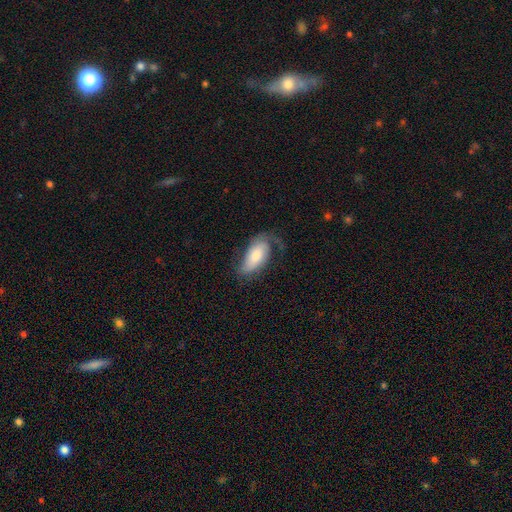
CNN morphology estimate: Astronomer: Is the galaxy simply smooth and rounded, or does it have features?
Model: smooth — 55% (runner-up: featured or disk, 39%).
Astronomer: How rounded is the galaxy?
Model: in between — 89%.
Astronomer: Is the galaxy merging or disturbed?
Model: none — 50% (runner-up: minor disturbance, 28%).